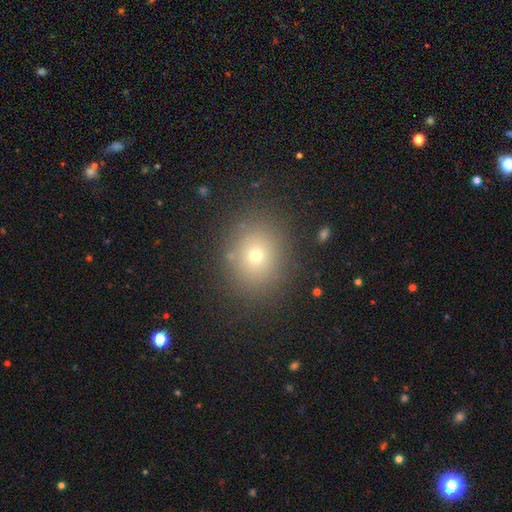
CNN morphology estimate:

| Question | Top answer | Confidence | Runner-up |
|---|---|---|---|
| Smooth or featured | smooth | 68% | star or artifact (21%) |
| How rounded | round | 67% | in between (33%) |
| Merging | none | 86% | minor disturbance (9%) |